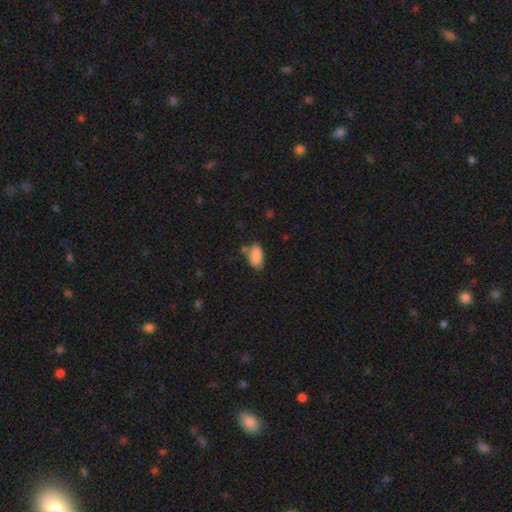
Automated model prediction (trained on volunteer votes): This is clearly a smooth galaxy (87%). How rounded: clearly in between (93%). Merging: possibly none (60%).